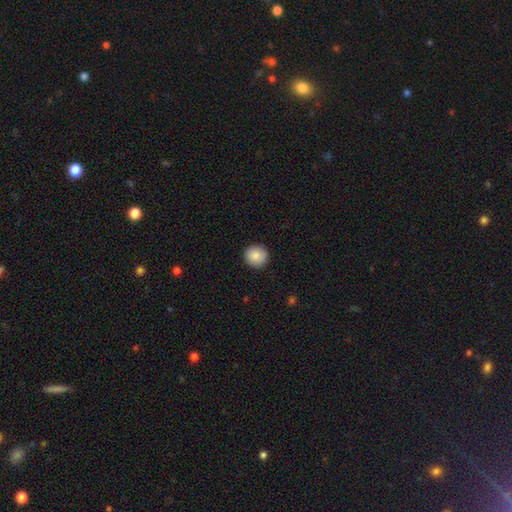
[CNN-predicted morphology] This appears to be a smooth galaxy with no disk features (87%) that is round (93%). Merging: none (92%).